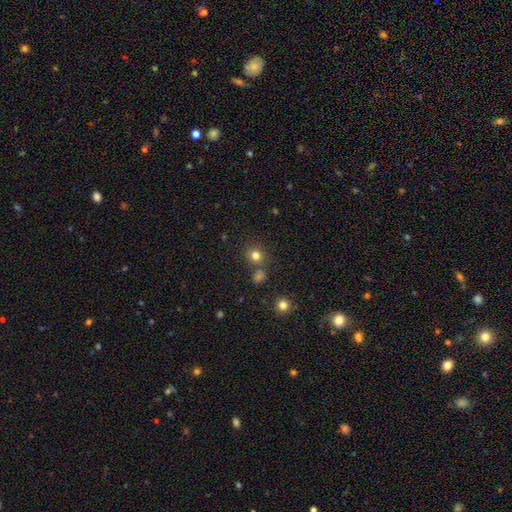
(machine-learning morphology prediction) A smooth galaxy with no disk features (78%) that is round (86%). Merging: none (74%).